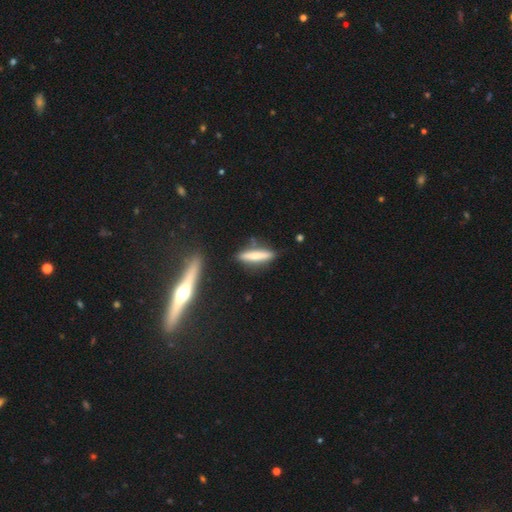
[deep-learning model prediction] smooth 64%, featured or disk 30%, star or artifact 7%. Down the decision tree: how rounded — cigar-shaped (86%); merging — none (81%).